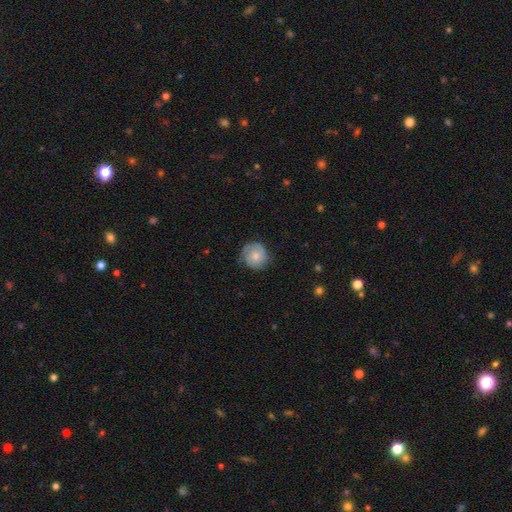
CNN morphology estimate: smooth_or_featured: smooth (p=0.47) [alt: featured or disk p=0.46]
merging: none (p=0.68) [alt: minor disturbance p=0.23]